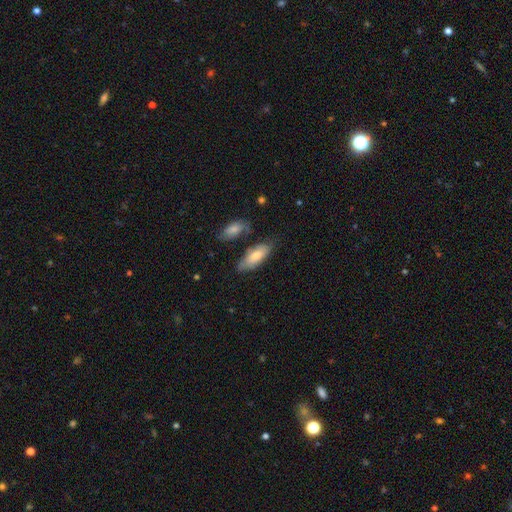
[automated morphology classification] Smooth or featured?
  - smooth: 76% *
  - featured or disk: 19%
  - star or artifact: 6%
How rounded?
  - in between: 79% *
  - cigar-shaped: 19%
  - round: 2%
Merging?
  - none: 60% *
  - minor disturbance: 23%
  - merger: 11%
  - major disturbance: 6%